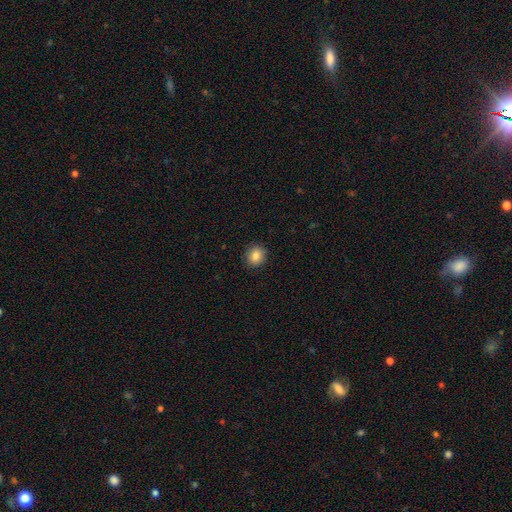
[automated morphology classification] Smooth or featured? smooth (86%)
How rounded? round (75%)
Merging? none (91%)